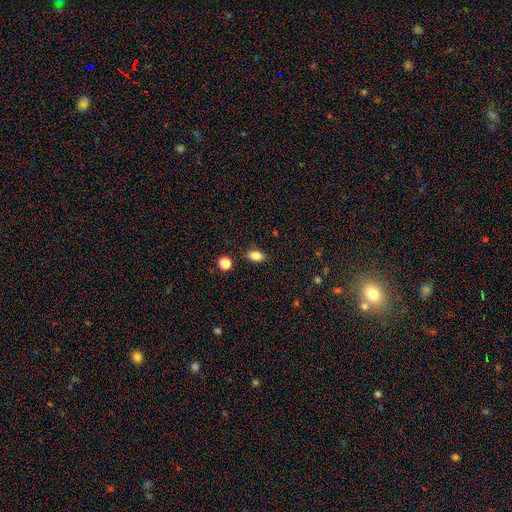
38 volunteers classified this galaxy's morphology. Smooth or featured? smooth (89%)
How rounded? in between (85%)
Merging? none (74%)